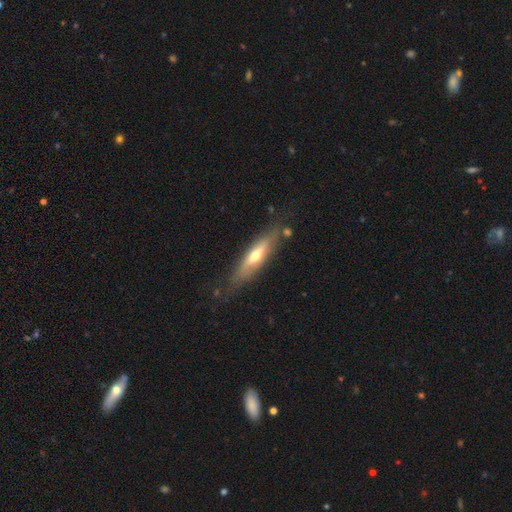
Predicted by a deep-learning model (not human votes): Q: Smooth or featured?
A: featured or disk (50%); runner-up: smooth (44%)
Q: Merging?
A: none (75%); runner-up: minor disturbance (17%)